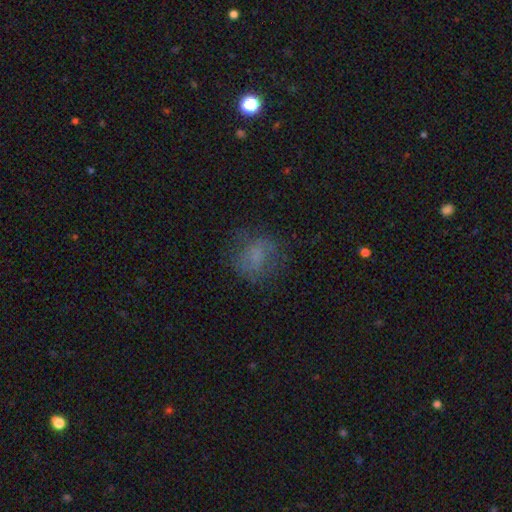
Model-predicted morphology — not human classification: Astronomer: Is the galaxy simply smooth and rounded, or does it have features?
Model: smooth — 58%.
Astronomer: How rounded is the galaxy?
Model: round — 62%.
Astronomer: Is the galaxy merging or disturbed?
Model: none — 65%.